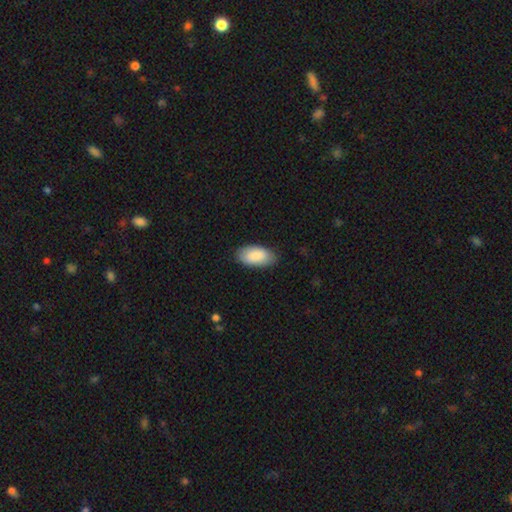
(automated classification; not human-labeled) Smooth or featured?
  - smooth: 89% *
  - featured or disk: 6%
  - star or artifact: 6%
How rounded?
  - in between: 95% *
  - cigar-shaped: 3%
  - round: 2%
Merging?
  - none: 81% *
  - minor disturbance: 15%
  - major disturbance: 3%
  - merger: 1%